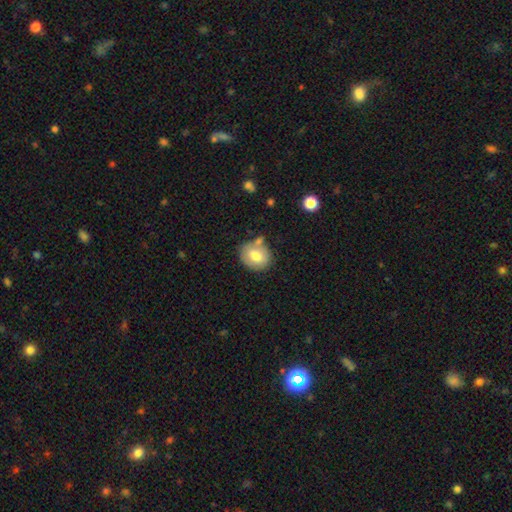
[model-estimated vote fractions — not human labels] A smooth galaxy with no disk features (72%) that is round (55%).

Vote fractions:
- Smooth or featured? smooth: 72% / featured or disk: 20% / star or artifact: 7%
- How rounded? round: 55% / in between: 44% / cigar-shaped: 1%
- Merging? none: 66% / minor disturbance: 18% / merger: 12% / major disturbance: 4%